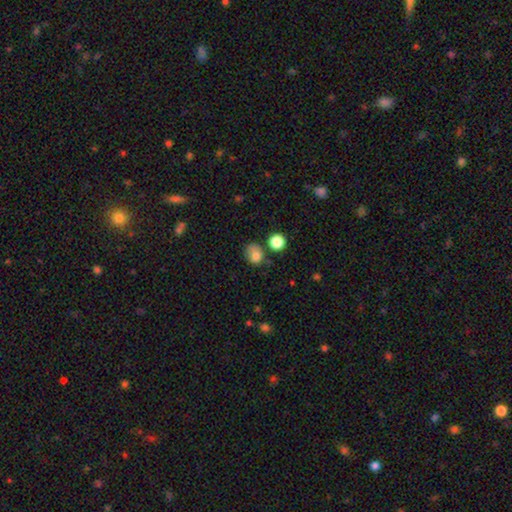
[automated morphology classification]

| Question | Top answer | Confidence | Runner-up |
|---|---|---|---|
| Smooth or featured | smooth | 79% | star or artifact (12%) |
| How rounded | round | 58% | in between (41%) |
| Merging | none | 50% | minor disturbance (26%) |